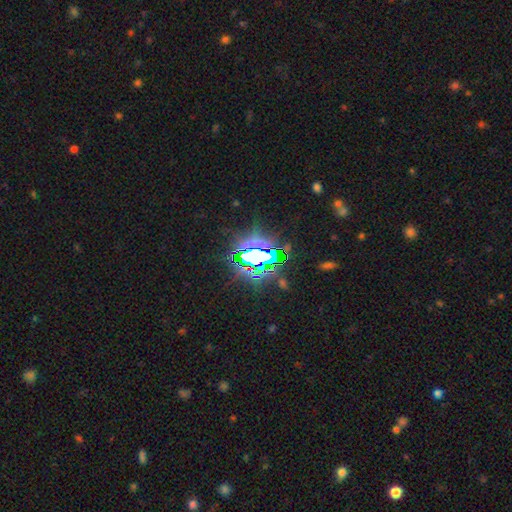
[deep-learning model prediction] Q: Smooth or featured?
A: star or artifact (79%); runner-up: smooth (11%)